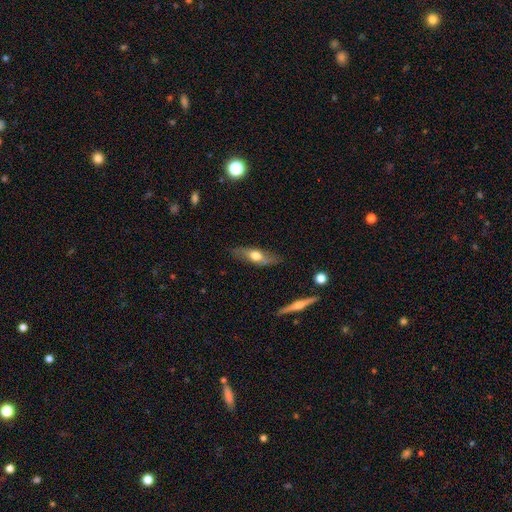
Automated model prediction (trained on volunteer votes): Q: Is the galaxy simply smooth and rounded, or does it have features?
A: featured or disk — 48%.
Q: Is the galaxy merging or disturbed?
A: none — 80%.